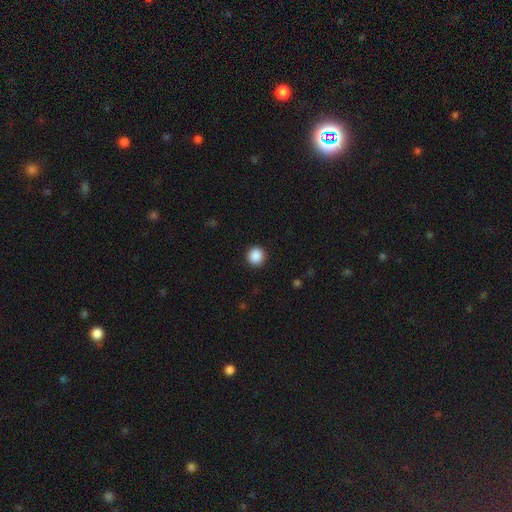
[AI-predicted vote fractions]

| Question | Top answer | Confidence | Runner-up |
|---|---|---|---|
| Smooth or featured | smooth | 89% | star or artifact (9%) |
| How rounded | round | 93% | in between (6%) |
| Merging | none | 92% | minor disturbance (5%) |